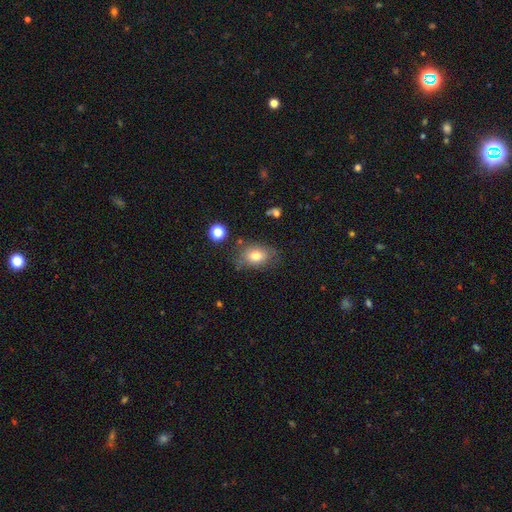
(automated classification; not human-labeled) Smooth or featured: smooth — 75% (featured or disk — 14%)
How rounded: in between — 73% (round — 25%)
Merging: none — 70% (minor disturbance — 20%)